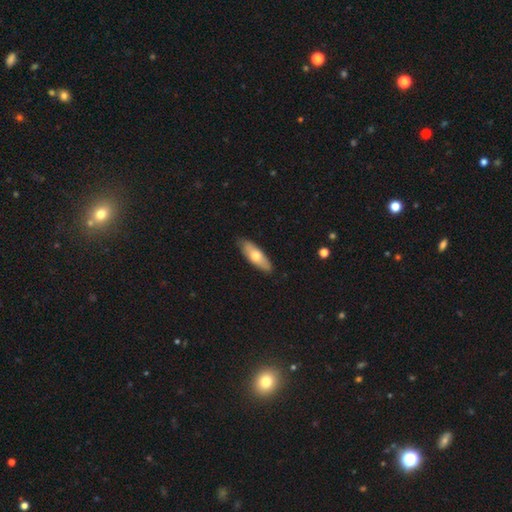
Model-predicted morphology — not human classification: type=smooth (66%); roundness=in between (61%); merging=none (85%).